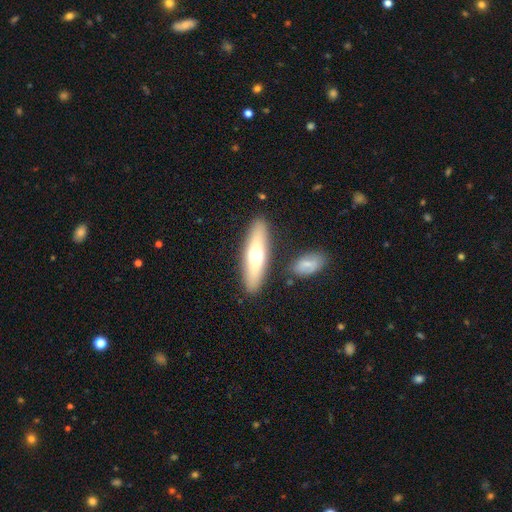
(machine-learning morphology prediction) Smooth or featured? Predicted: smooth (p=0.56). How rounded? Predicted: cigar-shaped (p=0.61). Merging? Predicted: none (p=0.86).